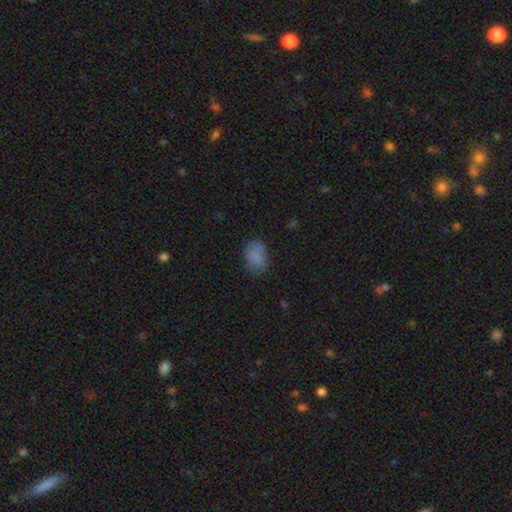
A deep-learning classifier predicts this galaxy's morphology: Smooth or featured?
  - smooth: 84% *
  - star or artifact: 10%
  - featured or disk: 6%
How rounded?
  - in between: 83% *
  - round: 16%
  - cigar-shaped: 1%
Merging?
  - none: 78% *
  - minor disturbance: 16%
  - major disturbance: 4%
  - merger: 1%